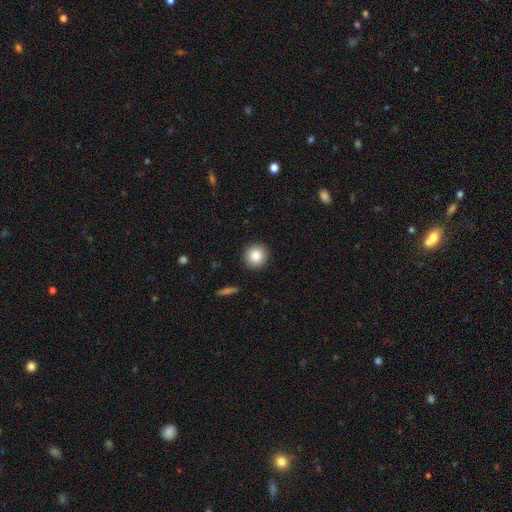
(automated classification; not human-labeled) Overall: smooth (87%). How rounded: round (93%). Merging: none (91%).